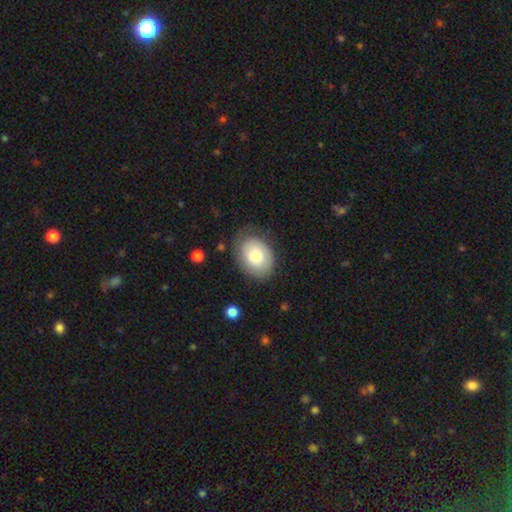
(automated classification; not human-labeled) Q: Smooth or featured?
A: smooth (72%); runner-up: featured or disk (21%)
Q: How rounded?
A: in between (69%); runner-up: round (31%)
Q: Merging?
A: none (72%); runner-up: minor disturbance (19%)